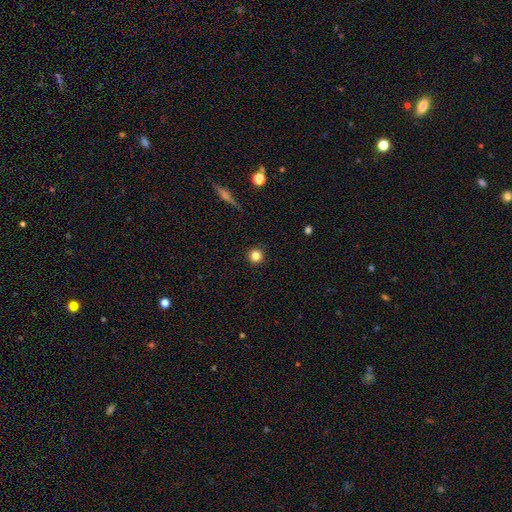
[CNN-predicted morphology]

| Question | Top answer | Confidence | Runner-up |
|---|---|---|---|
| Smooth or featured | smooth | 84% | star or artifact (11%) |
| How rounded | round | 96% | in between (3%) |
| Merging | none | 92% | minor disturbance (5%) |